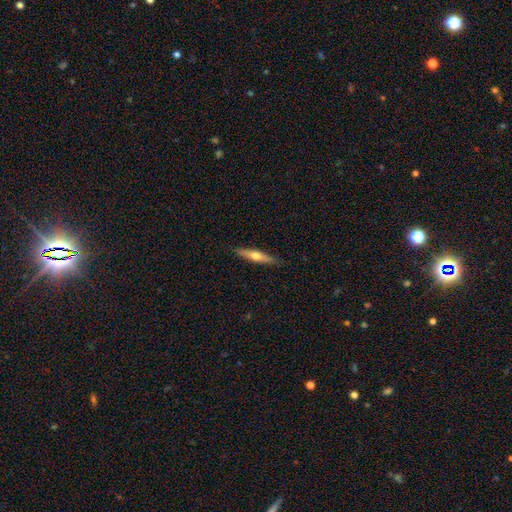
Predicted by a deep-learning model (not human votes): Smooth or featured? smooth (48%)
Merging? none (88%)